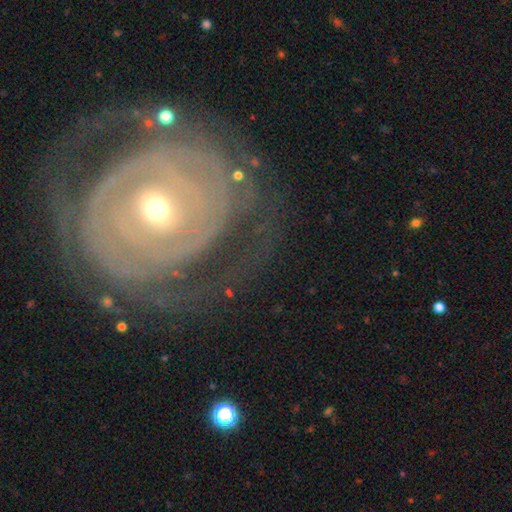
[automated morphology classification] Smooth or featured: featured or disk — 83% (smooth — 10%)
Edge-on disk: no — 96% (yes — 4%)
Bar: no — 58% (weak — 28%)
Spiral arms: yes — 84% (no — 16%)
Spiral winding: tight — 78% (medium — 16%)
Spiral arm count: can't tell — 40% (2 — 23%)
Bulge size: small — 52% (moderate — 43%)
Merging: none — 69% (minor disturbance — 15%)